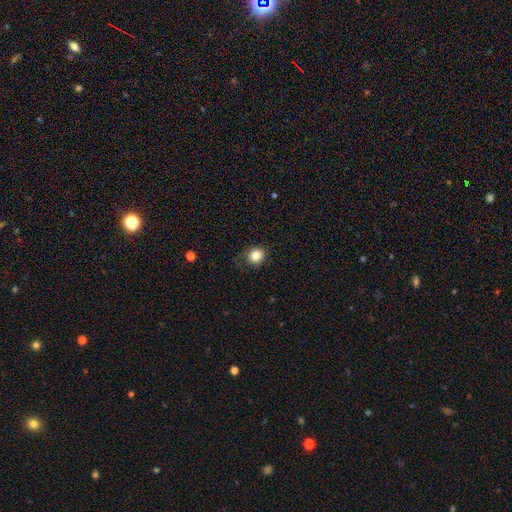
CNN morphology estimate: smooth 84%, star or artifact 11%, featured or disk 5%. Down the decision tree: how rounded — round (86%); merging — none (83%).